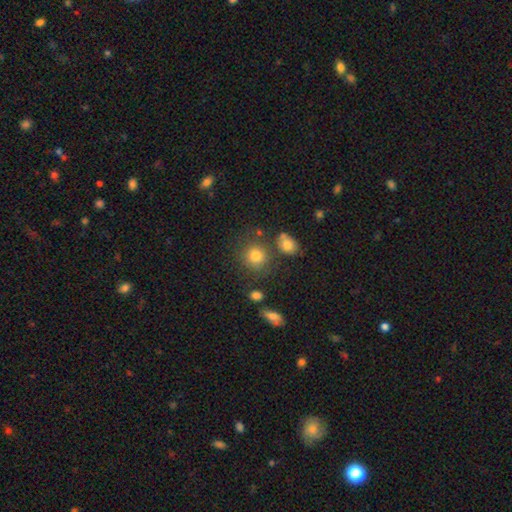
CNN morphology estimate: Smooth or featured? smooth (79%)
How rounded? round (86%)
Merging? none (74%)